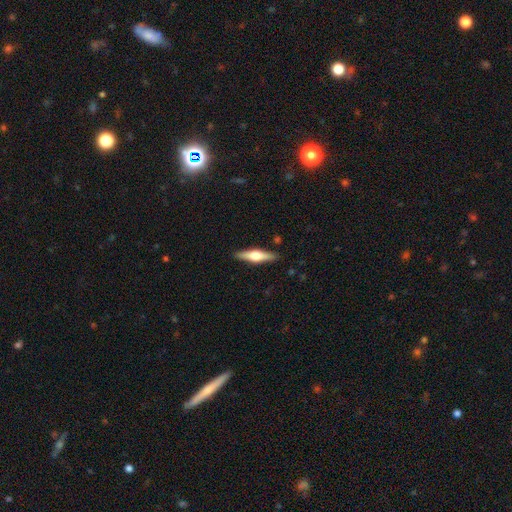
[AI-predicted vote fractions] This appears to be a featured or disk galaxy (60%) viewed edge-on (96%) with a rounded central bulge (93%). Merging: none (90%).